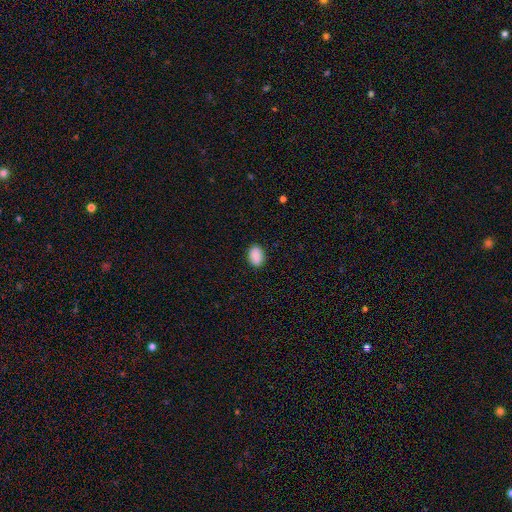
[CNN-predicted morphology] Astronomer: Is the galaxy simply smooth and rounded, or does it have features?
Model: smooth — 90%.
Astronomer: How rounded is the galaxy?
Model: in between — 83%.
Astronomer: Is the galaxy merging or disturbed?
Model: none — 88%.